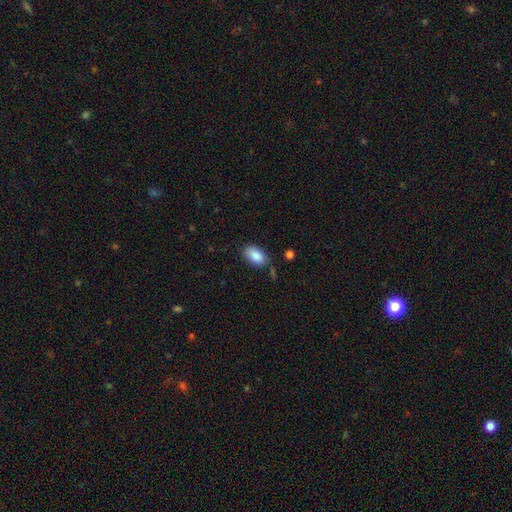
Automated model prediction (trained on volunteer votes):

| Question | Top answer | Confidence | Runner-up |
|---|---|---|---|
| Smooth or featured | smooth | 87% | star or artifact (7%) |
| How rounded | in between | 93% | round (5%) |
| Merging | none | 76% | minor disturbance (16%) |